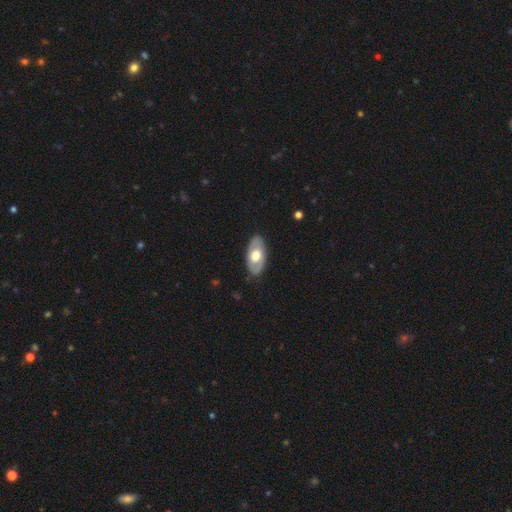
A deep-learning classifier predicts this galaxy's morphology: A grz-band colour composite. It shows a smooth galaxy with no disk features (49%). Merging: none (85%).